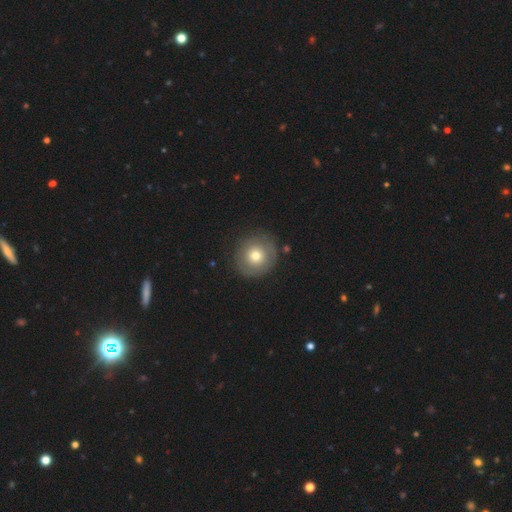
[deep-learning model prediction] Q: Smooth or featured?
A: smooth (67%); runner-up: featured or disk (25%)
Q: How rounded?
A: round (92%); runner-up: in between (7%)
Q: Merging?
A: none (85%); runner-up: minor disturbance (10%)